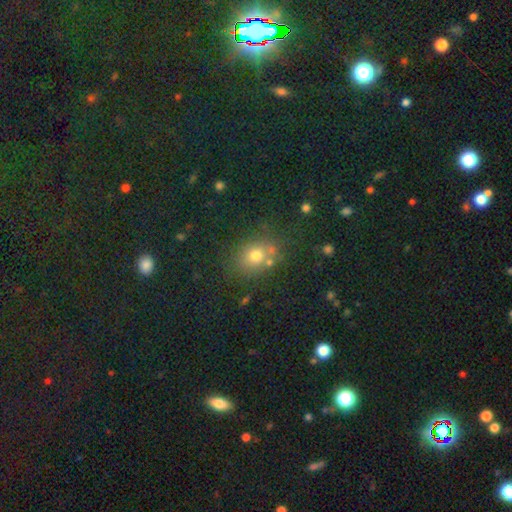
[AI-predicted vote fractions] This appears to be a smooth galaxy with no disk features (71%) that is round (59%). Merging: none (73%).